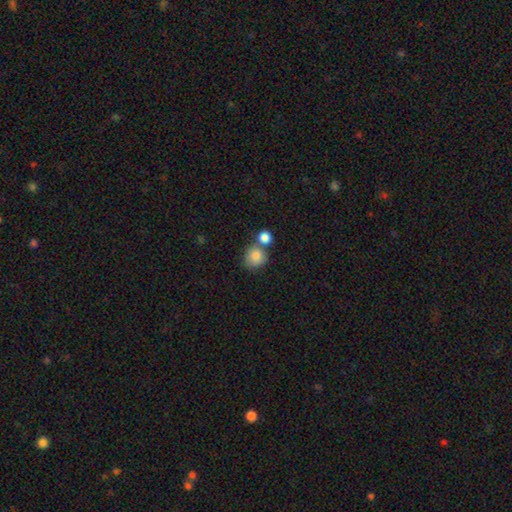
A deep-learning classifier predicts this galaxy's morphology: Smooth or featured? Predicted: smooth (p=0.85). How rounded? Predicted: round (p=0.85). Merging? Predicted: none (p=0.54).